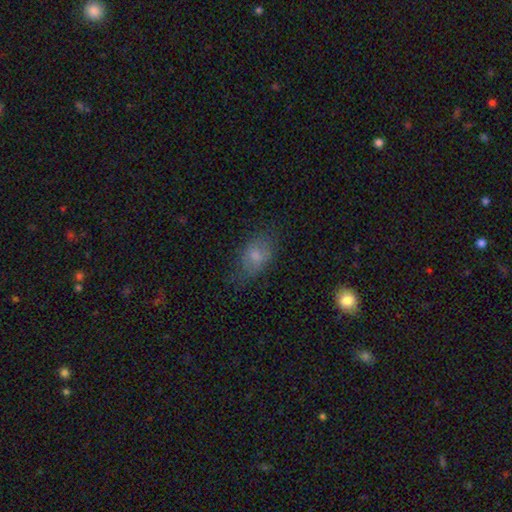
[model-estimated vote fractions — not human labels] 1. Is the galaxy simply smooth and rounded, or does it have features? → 68% smooth, 21% featured or disk, 11% star or artifact.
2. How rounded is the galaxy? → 83% in between, 14% round, 3% cigar-shaped.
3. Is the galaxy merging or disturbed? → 63% none, 24% minor disturbance, 11% major disturbance, 2% merger.